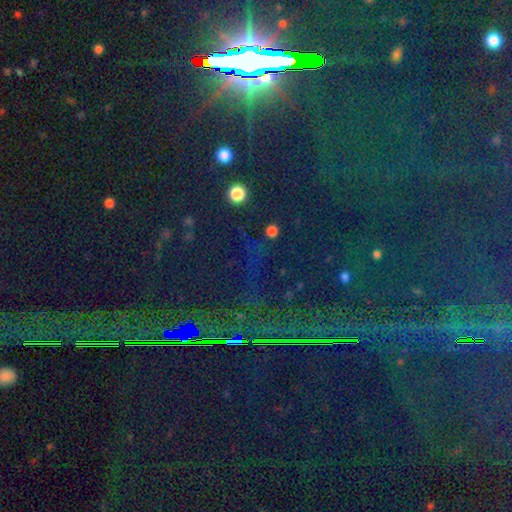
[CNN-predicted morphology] Smooth or featured? Predicted: star or artifact (p=0.84).